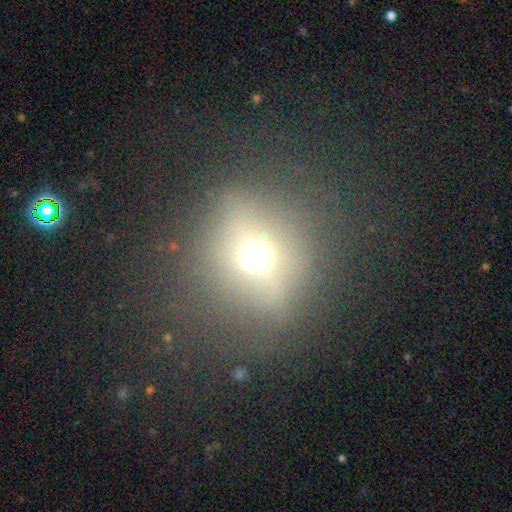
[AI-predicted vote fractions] Smooth or featured? smooth (58%)
How rounded? round (82%)
Merging? none (71%)